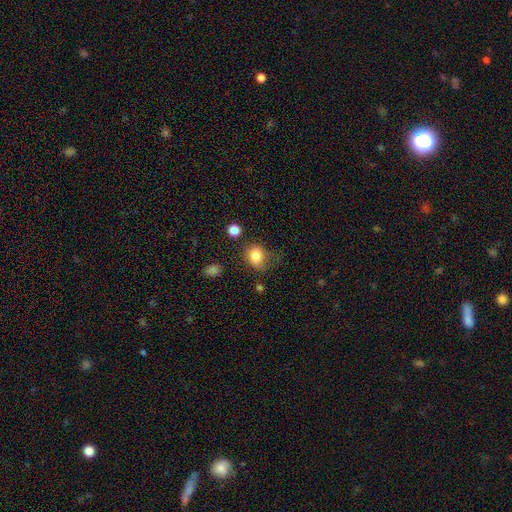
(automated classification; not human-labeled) smooth_or_featured: smooth (p=0.82) [alt: star or artifact p=0.10]
how_rounded: round (p=0.57) [alt: in between p=0.42]
merging: none (p=0.53) [alt: minor disturbance p=0.28]